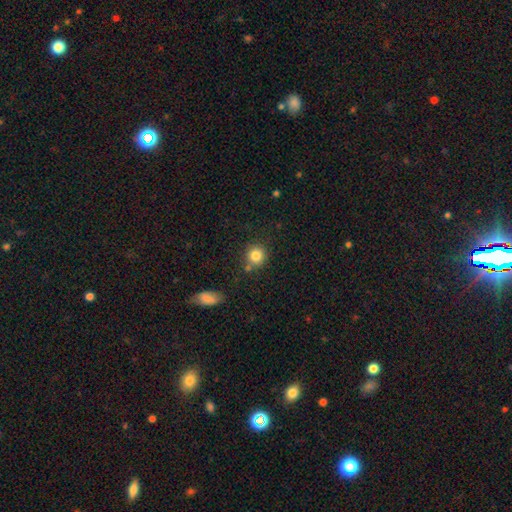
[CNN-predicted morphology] Smooth or featured? smooth (83%)
How rounded? round (90%)
Merging? none (77%)